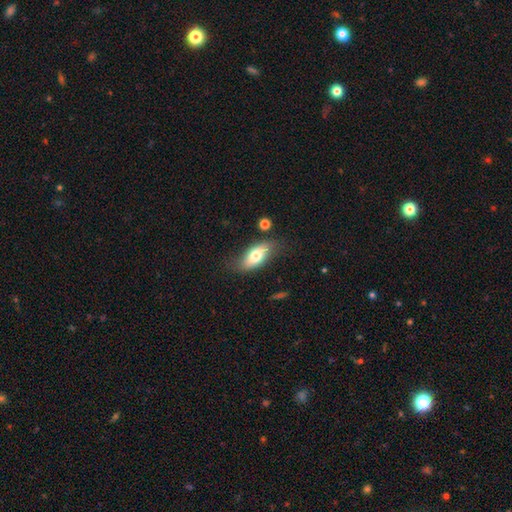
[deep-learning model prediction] smooth-or-featured: smooth: 67% | featured or disk: 26% | star or artifact: 7%
  how-rounded: in between: 83% | cigar-shaped: 13% | round: 4%
  merging: none: 72% | minor disturbance: 20% | major disturbance: 6% | merger: 3%